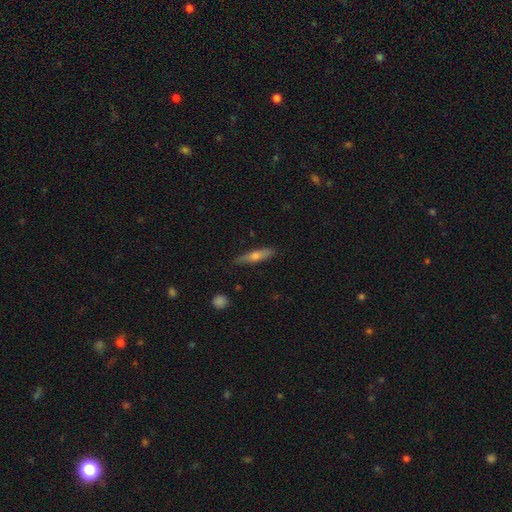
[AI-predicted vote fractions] A smooth galaxy with no disk features (51%) that is cigar-shaped (82%).

Vote fractions:
- Smooth or featured? smooth: 51% / featured or disk: 42% / star or artifact: 7%
- How rounded? cigar-shaped: 82% / in between: 16% / round: 2%
- Merging? none: 85% / minor disturbance: 12% / major disturbance: 2% / merger: 1%